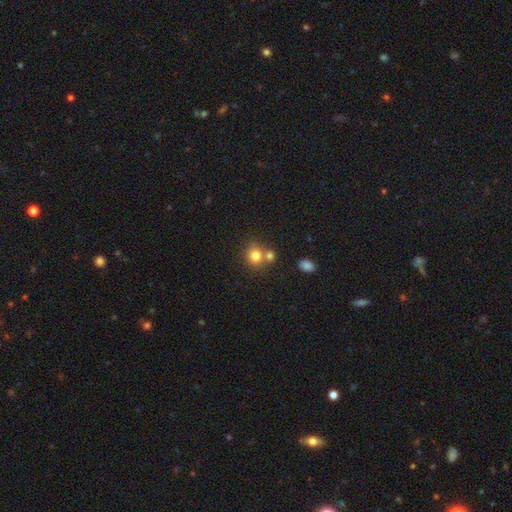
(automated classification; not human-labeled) A smooth galaxy with no disk features (79%) that is round (84%). Merging: none (57%).